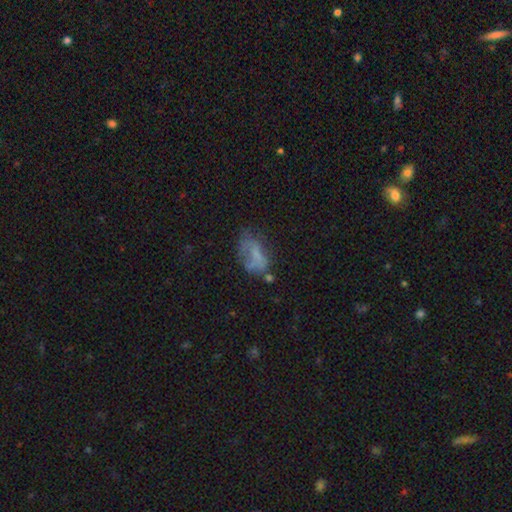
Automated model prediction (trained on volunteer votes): Smooth or featured: smooth — 50% (featured or disk — 36%)
How rounded: in between — 87% (round — 9%)
Merging: none — 35% (major disturbance — 28%)